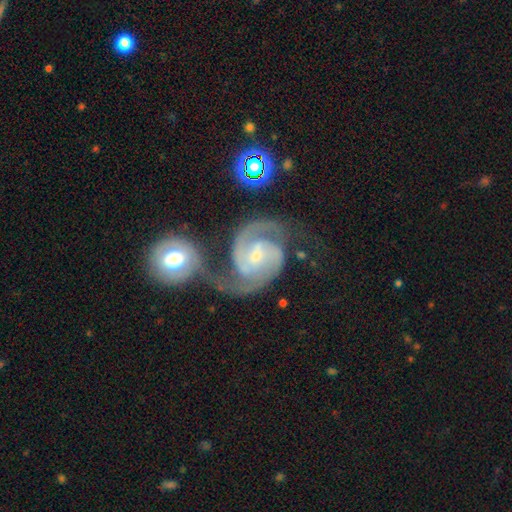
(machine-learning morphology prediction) Smooth or featured: featured or disk — 92% (star or artifact — 4%)
Edge-on disk: no — 98% (yes — 2%)
Bar: weak — 49% (no — 31%)
Spiral arms: yes — 98% (no — 2%)
Spiral winding: medium — 54% (tight — 36%)
Spiral arm count: 2 — 89% (3 — 4%)
Bulge size: small — 61% (moderate — 33%)
Merging: none — 47% (merger — 26%)